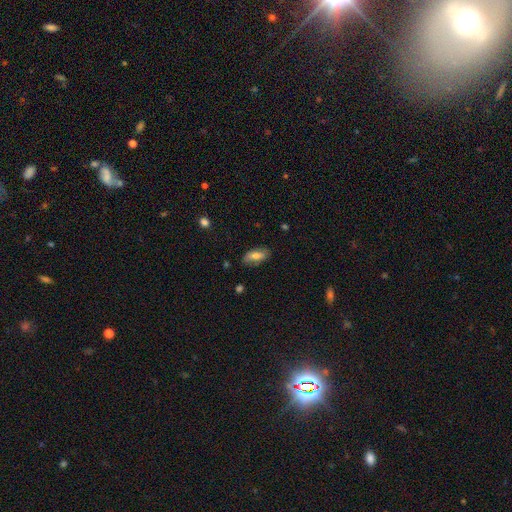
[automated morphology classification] A smooth galaxy with no disk features (69%) that is in between round and cigar-shaped (83%).

Vote fractions:
- Smooth or featured? smooth: 69% / featured or disk: 24% / star or artifact: 7%
- How rounded? in between: 83% / cigar-shaped: 14% / round: 3%
- Merging? none: 79% / minor disturbance: 16% / major disturbance: 3% / merger: 1%